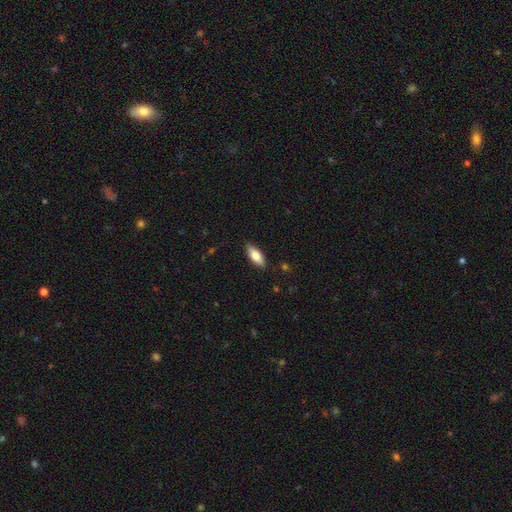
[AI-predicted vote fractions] Smooth or featured? Predicted: smooth (p=0.78). How rounded? Predicted: in between (p=0.76). Merging? Predicted: none (p=0.88).